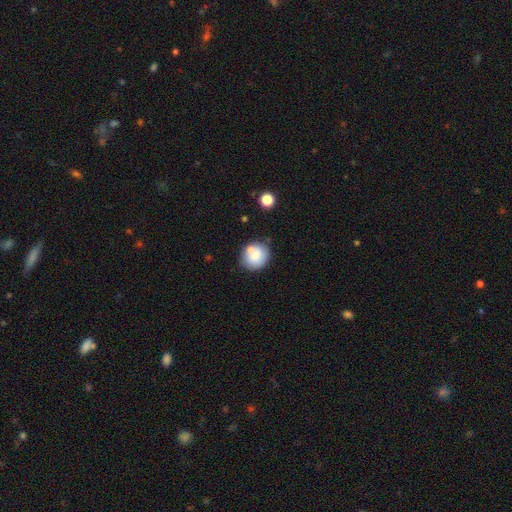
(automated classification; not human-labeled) A smooth galaxy with no disk features (74%) that is round (81%).

Vote fractions:
- Smooth or featured? smooth: 74% / featured or disk: 18% / star or artifact: 8%
- How rounded? round: 81% / in between: 18% / cigar-shaped: 1%
- Merging? none: 64% / merger: 17% / minor disturbance: 15% / major disturbance: 4%